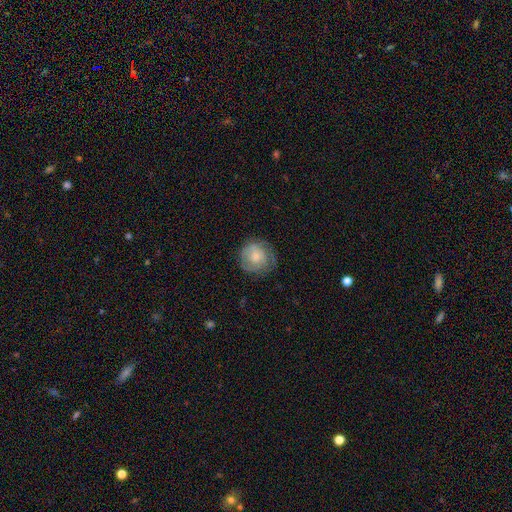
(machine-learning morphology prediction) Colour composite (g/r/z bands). It shows a smooth galaxy with no disk features (57%) that is round (90%). Merging: none (71%).